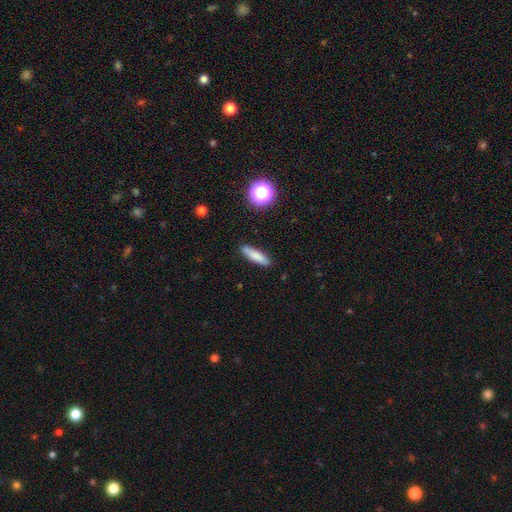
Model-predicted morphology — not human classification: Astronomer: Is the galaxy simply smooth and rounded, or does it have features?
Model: smooth — 79%.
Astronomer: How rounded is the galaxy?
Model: cigar-shaped — 74%.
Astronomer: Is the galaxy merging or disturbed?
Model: none — 87%.